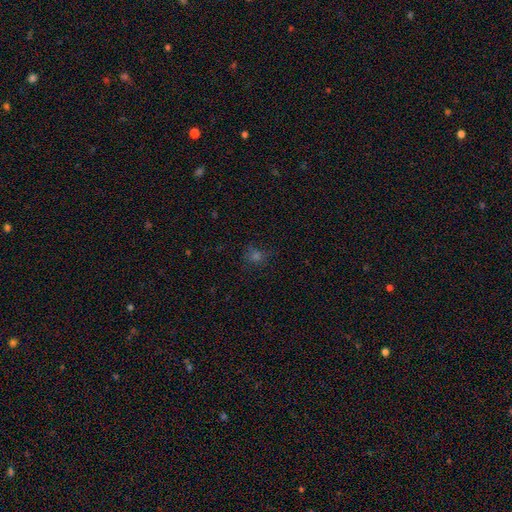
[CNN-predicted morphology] Smooth or featured? Predicted: smooth (p=0.52). How rounded? Predicted: round (p=0.84). Merging? Predicted: none (p=0.77).